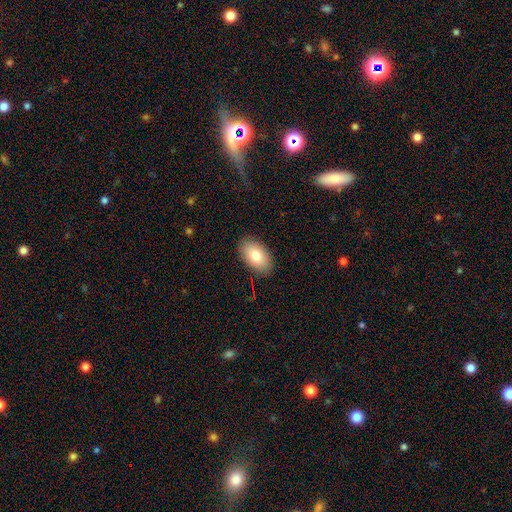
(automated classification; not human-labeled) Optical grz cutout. It shows a smooth galaxy with no disk features (80%) that is in between round and cigar-shaped (94%). Merging: none (88%).